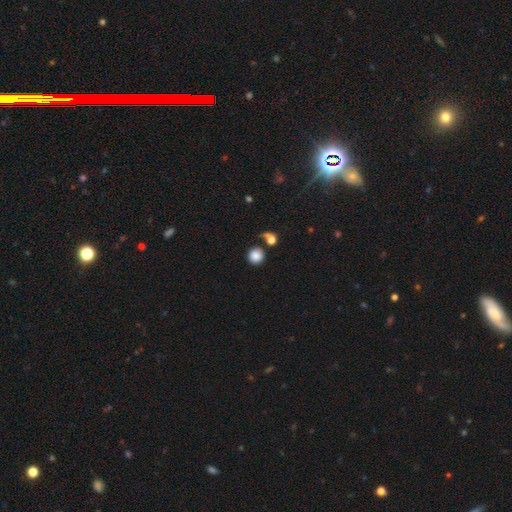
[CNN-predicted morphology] Overall: smooth (85%). How rounded: round (91%). Merging: none (75%).